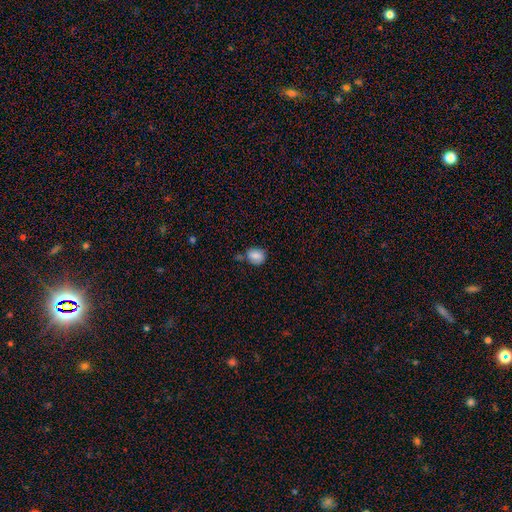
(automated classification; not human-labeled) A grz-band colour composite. It shows a smooth galaxy with no disk features (76%) that is in between round and cigar-shaped (49%, tied with round). Merging: none (54%).